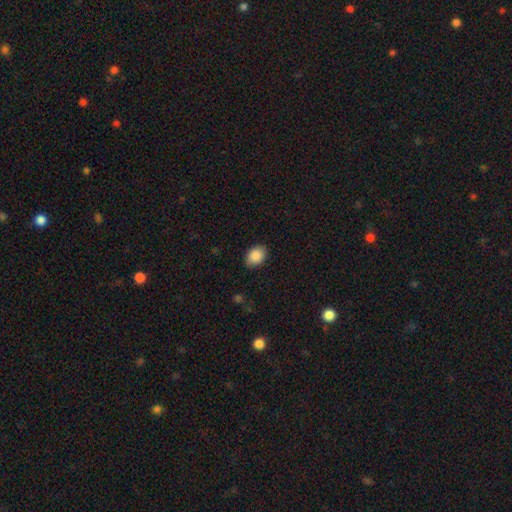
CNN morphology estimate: Smooth or featured? smooth (88%)
How rounded? in between (76%)
Merging? none (85%)